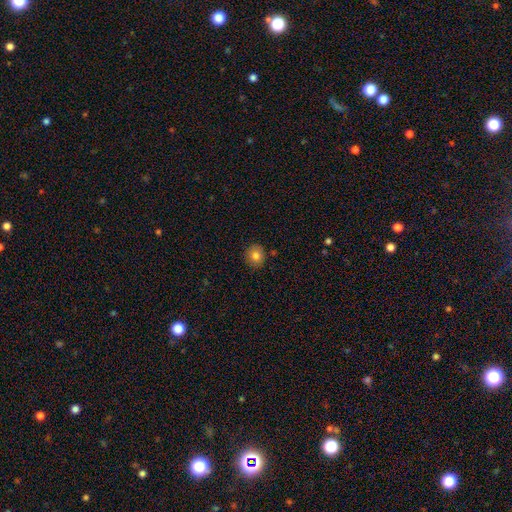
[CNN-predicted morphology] A smooth galaxy with no disk features (80%) that is round (83%).

Vote fractions:
- Smooth or featured? smooth: 80% / star or artifact: 10% / featured or disk: 10%
- How rounded? round: 83% / in between: 16% / cigar-shaped: 1%
- Merging? none: 87% / minor disturbance: 9% / major disturbance: 2% / merger: 2%